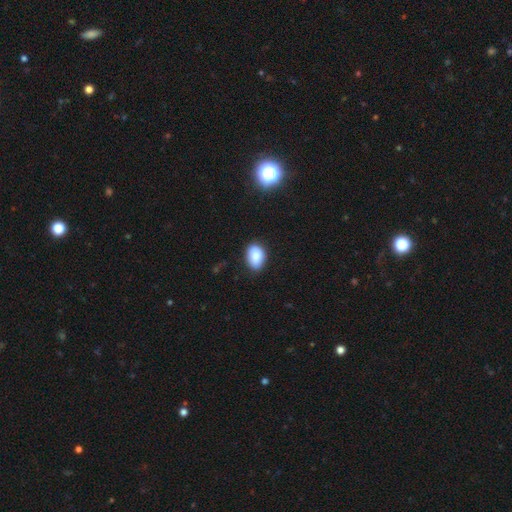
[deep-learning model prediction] Smooth or featured: smooth — 83% (featured or disk — 9%)
How rounded: in between — 85% (round — 14%)
Merging: none — 81% (minor disturbance — 15%)